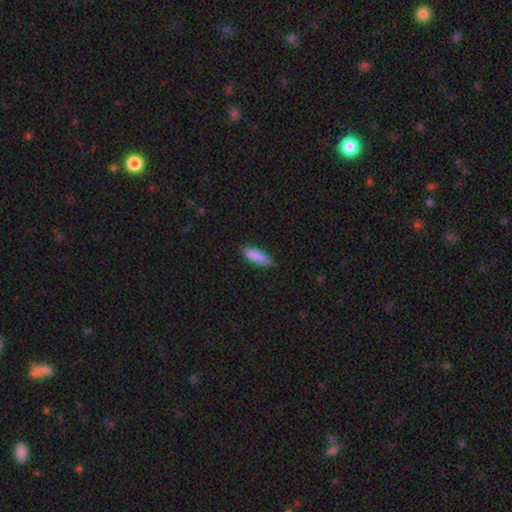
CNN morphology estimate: Smooth or featured: smooth — 84% (featured or disk — 9%)
How rounded: cigar-shaped — 57% (in between — 42%)
Merging: none — 73% (minor disturbance — 22%)